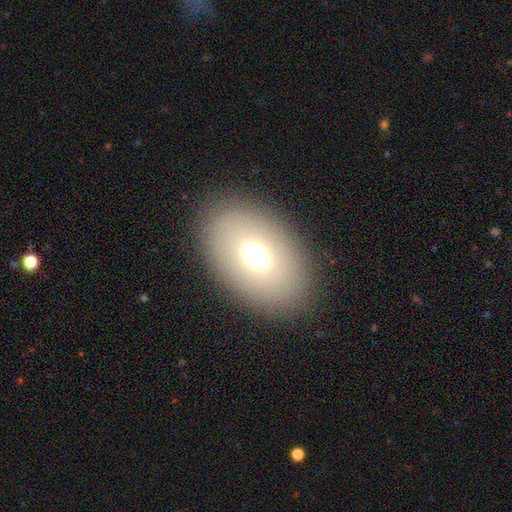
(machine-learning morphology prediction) The model was most divided on "smooth or featured": smooth: 66%, featured or disk: 22%, star or artifact: 12%. More confident: merging — none (86%); how rounded — in between (82%).